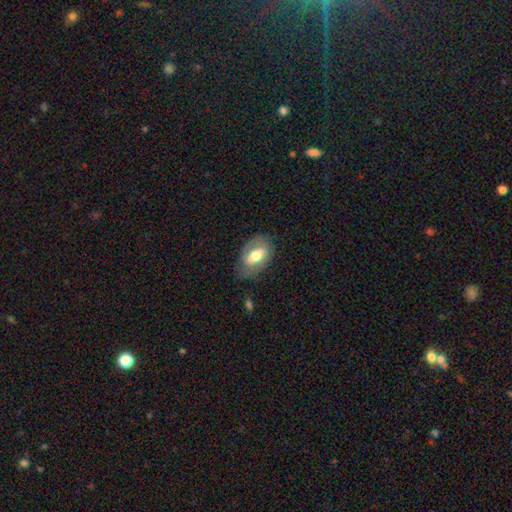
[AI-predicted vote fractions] The model was most divided on "smooth or featured": smooth: 54%, featured or disk: 40%, star or artifact: 7%. More confident: how rounded — in between (88%); merging — none (70%).